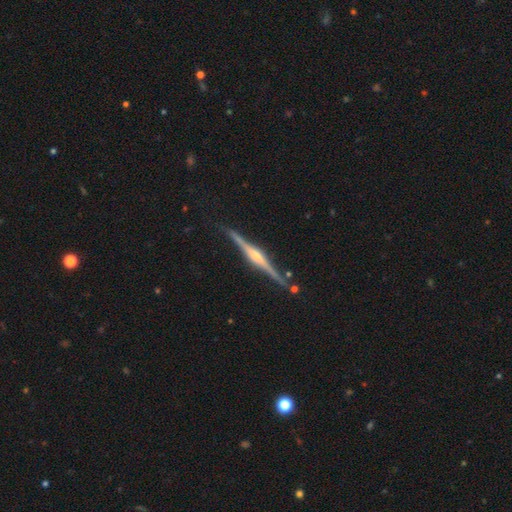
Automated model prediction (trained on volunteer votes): Overall: featured or disk (88%). Edge-on disk: yes (99%). Edge-on bulge: rounded (83%). Merging: none (88%).